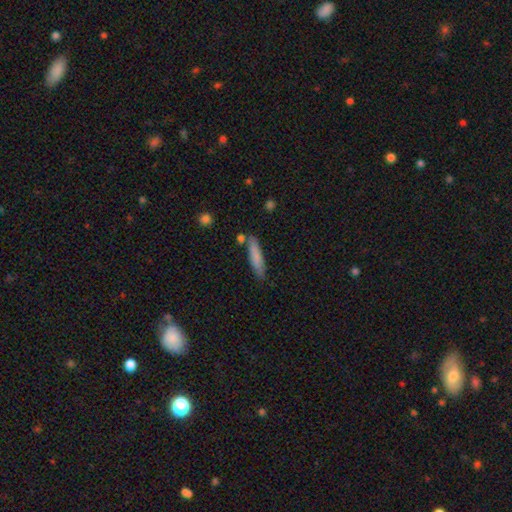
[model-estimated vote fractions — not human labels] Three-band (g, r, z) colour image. It shows a smooth galaxy with no disk features (80%) that is cigar-shaped (84%). Merging: none (79%).